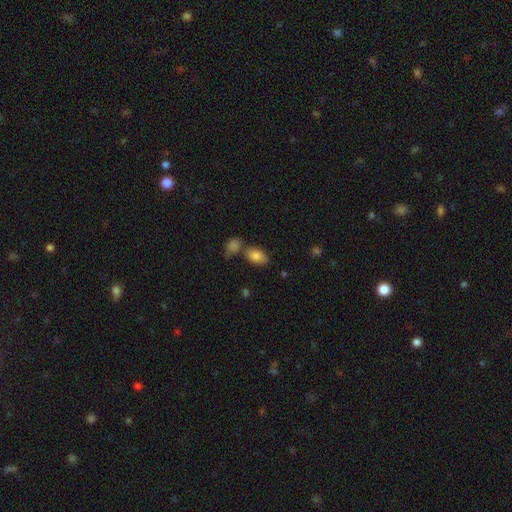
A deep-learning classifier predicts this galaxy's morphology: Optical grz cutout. It shows a smooth galaxy with no disk features (84%) that is in between round and cigar-shaped (88%). Merging: none (56%).